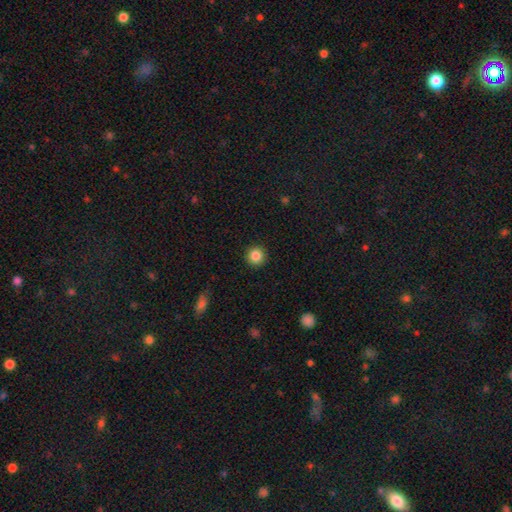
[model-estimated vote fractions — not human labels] smooth_or_featured: smooth (p=0.85) [alt: star or artifact p=0.10]
how_rounded: round (p=0.95) [alt: in between p=0.04]
merging: none (p=0.92) [alt: minor disturbance p=0.05]